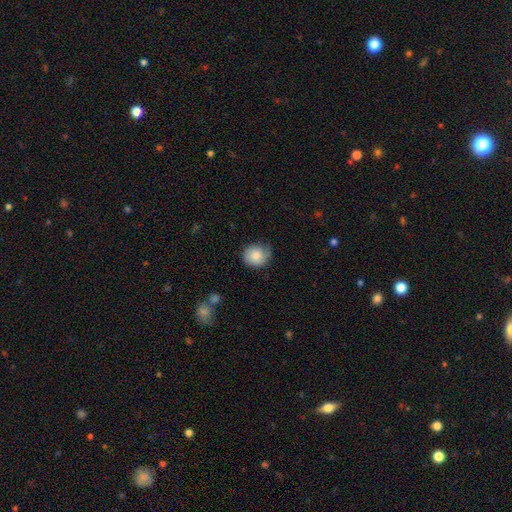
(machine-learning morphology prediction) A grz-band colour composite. It shows a smooth galaxy with no disk features (79%) that is round (81%). Merging: none (65%).